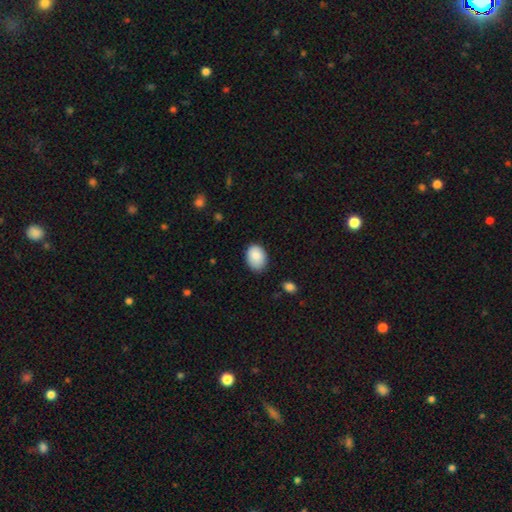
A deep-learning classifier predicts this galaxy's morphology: A smooth galaxy with no disk features (87%) that is in between round and cigar-shaped (77%). Merging: none (75%).